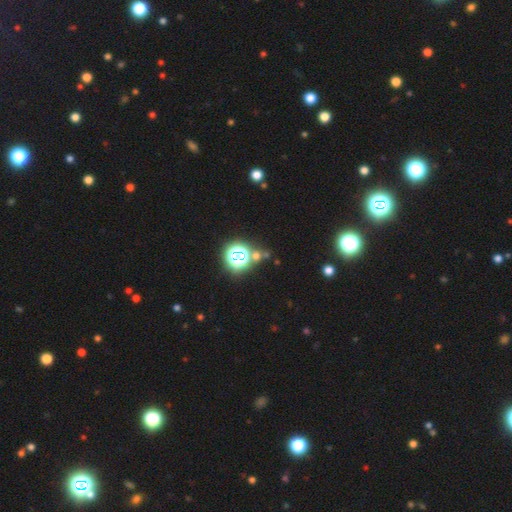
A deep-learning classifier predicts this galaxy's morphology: A star or artifact, not a galaxy (62%).